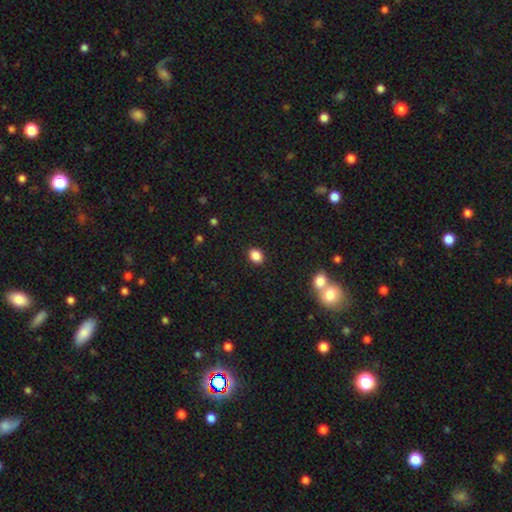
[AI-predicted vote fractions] Smooth or featured?
  - smooth: 86% *
  - star or artifact: 10%
  - featured or disk: 3%
How rounded?
  - in between: 56% *
  - round: 43%
  - cigar-shaped: 1%
Merging?
  - none: 89% *
  - minor disturbance: 7%
  - major disturbance: 2%
  - merger: 2%